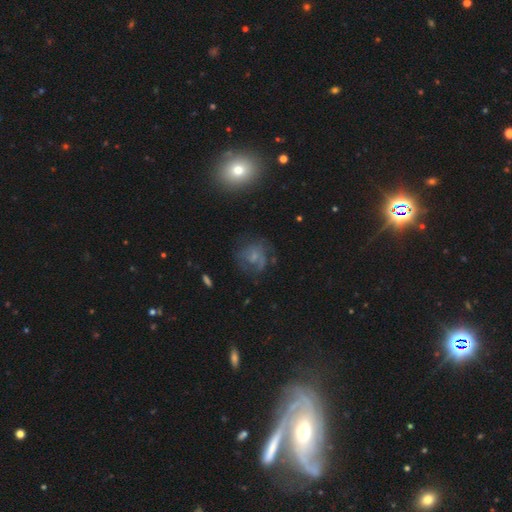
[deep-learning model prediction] The model was most divided on "smooth or featured": featured or disk: 50%, smooth: 34%, star or artifact: 17%. More confident: merging — none (57%).